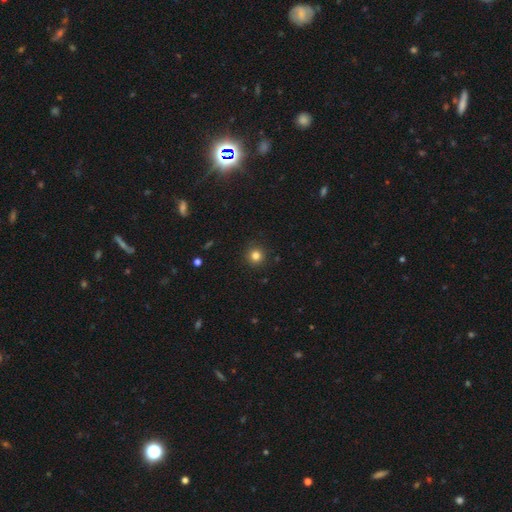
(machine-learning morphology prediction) smooth-or-featured: smooth: 83% | star or artifact: 13% | featured or disk: 5%
  how-rounded: round: 94% | in between: 5% | cigar-shaped: 1%
  merging: none: 91% | minor disturbance: 6% | major disturbance: 2% | merger: 1%